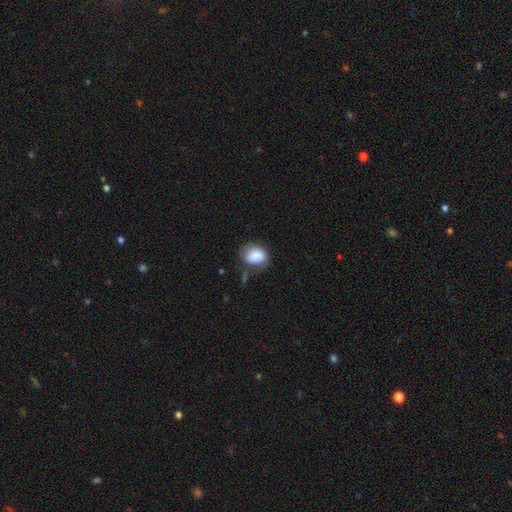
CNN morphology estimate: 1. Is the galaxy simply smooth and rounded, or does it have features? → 85% smooth, 8% featured or disk, 7% star or artifact.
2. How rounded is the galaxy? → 55% in between, 44% round, 1% cigar-shaped.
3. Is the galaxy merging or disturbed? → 54% none, 29% minor disturbance, 12% major disturbance, 5% merger.